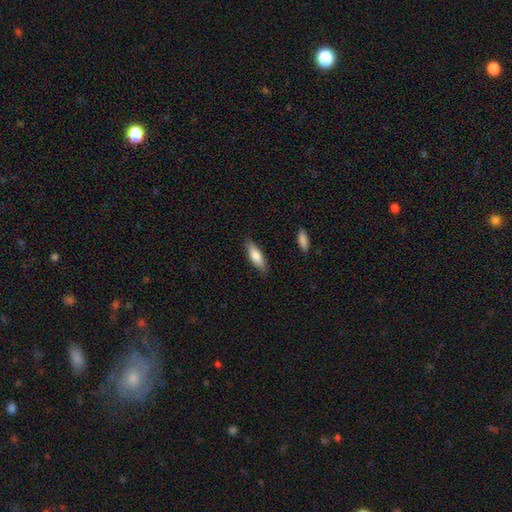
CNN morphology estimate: Overall: smooth (78%). How rounded: in between (52%; cigar-shaped 47%). Merging: none (86%).